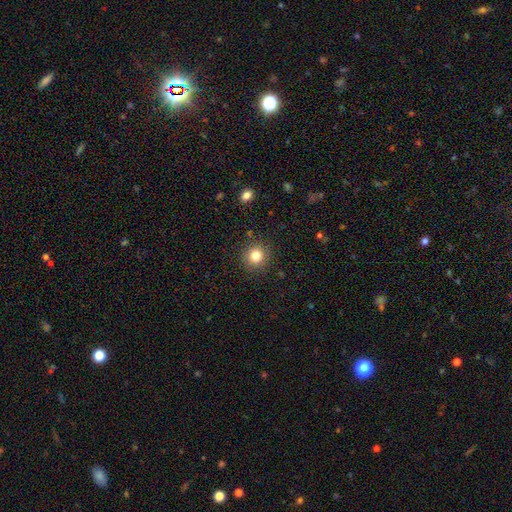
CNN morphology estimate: This is clearly a smooth galaxy (81%). How rounded: clearly round (91%). Merging: clearly none (89%).